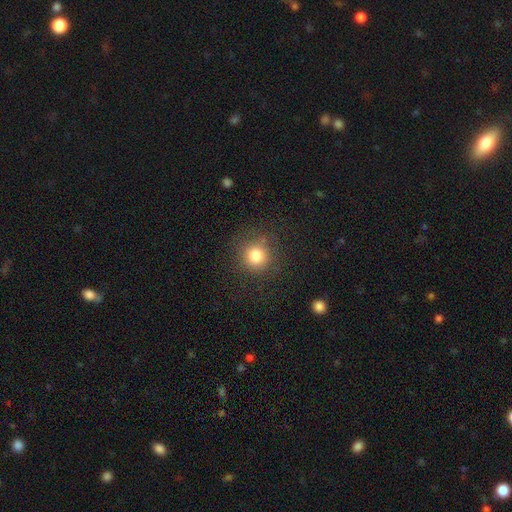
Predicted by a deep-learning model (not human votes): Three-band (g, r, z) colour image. It shows a smooth galaxy with no disk features (81%) that is round (92%). Merging: none (85%).